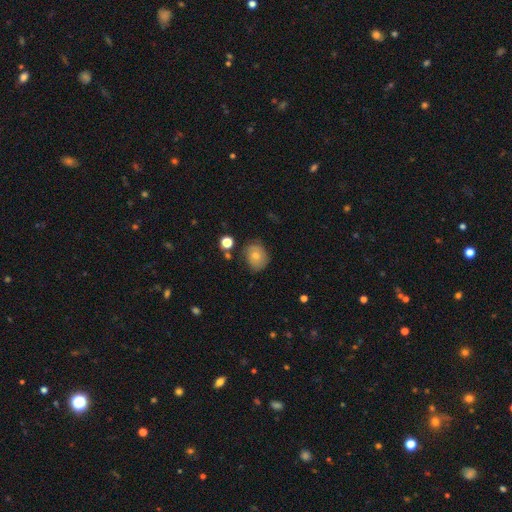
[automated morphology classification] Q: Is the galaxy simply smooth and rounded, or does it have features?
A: smooth — 61%.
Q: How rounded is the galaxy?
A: round — 60%.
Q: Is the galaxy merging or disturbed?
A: none — 70%.